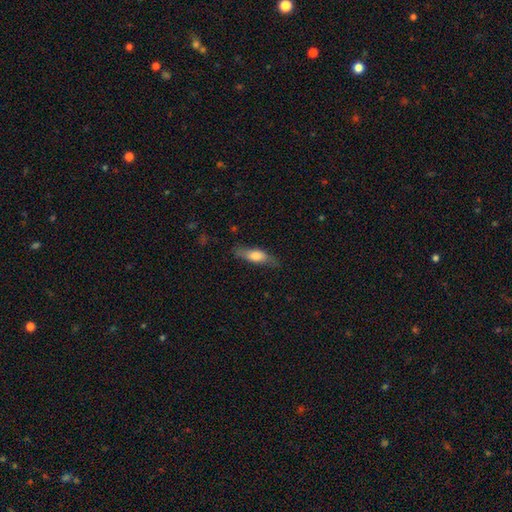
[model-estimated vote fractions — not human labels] The model was most divided on "how rounded" (2-way tie): in between: 49%, cigar-shaped: 49%, round: 3%. More confident: merging — none (77%); smooth or featured — smooth (65%).